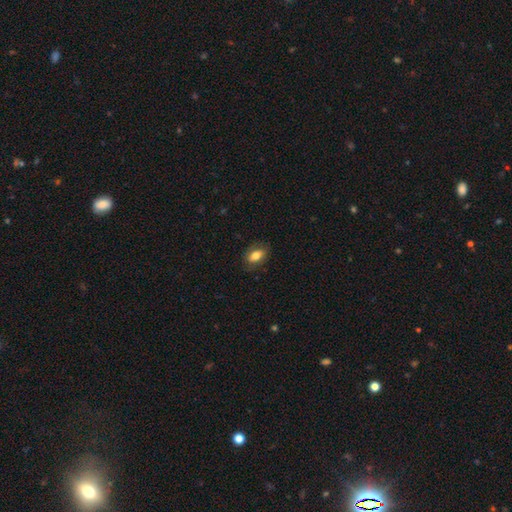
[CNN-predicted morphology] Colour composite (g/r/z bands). It shows a smooth galaxy with no disk features (77%) that is in between round and cigar-shaped (86%). Merging: none (82%).